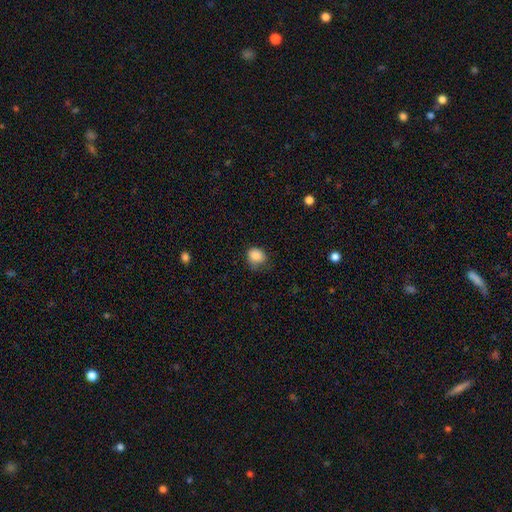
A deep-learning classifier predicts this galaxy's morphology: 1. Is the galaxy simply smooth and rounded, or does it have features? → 86% smooth, 9% star or artifact, 5% featured or disk.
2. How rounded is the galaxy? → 68% round, 31% in between, 1% cigar-shaped.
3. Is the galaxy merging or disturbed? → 57% none, 32% minor disturbance, 9% major disturbance, 2% merger.